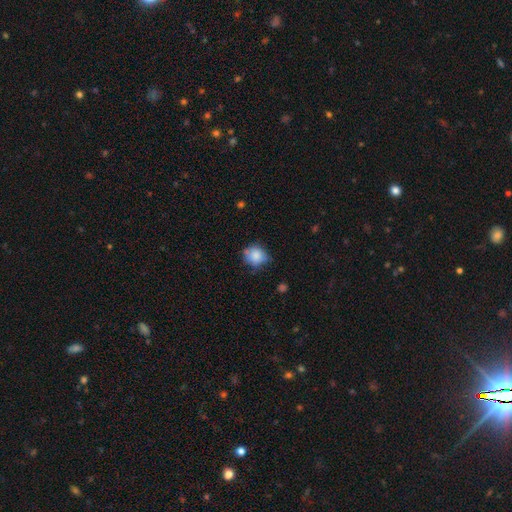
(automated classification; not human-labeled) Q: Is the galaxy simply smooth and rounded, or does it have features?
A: smooth — 82%.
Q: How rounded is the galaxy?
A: round — 79%.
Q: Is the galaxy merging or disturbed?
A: none — 60%.